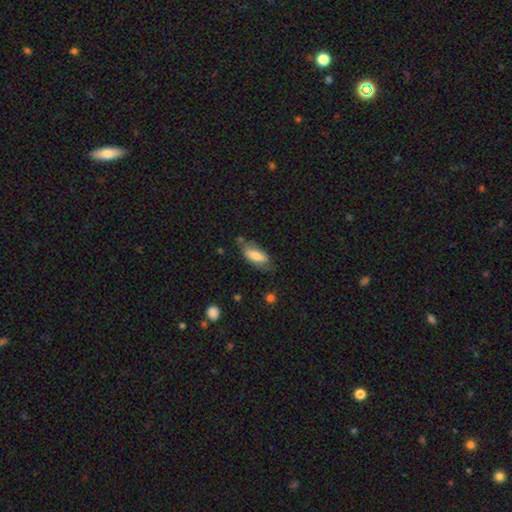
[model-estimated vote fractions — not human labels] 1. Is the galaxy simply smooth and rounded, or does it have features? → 66% smooth, 27% featured or disk, 7% star or artifact.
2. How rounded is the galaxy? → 77% in between, 21% cigar-shaped, 2% round.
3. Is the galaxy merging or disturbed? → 64% none, 25% minor disturbance, 7% major disturbance, 4% merger.